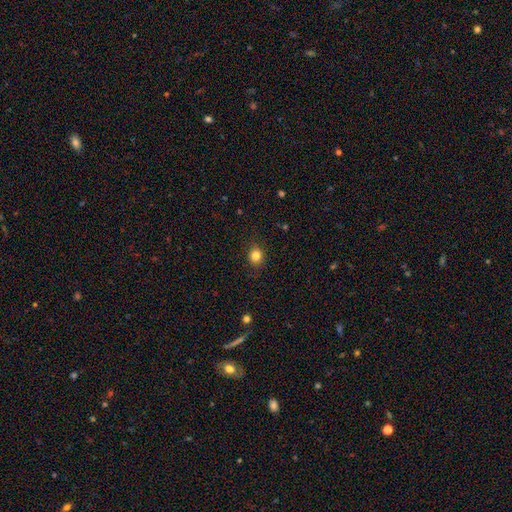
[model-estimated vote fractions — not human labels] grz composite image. It shows a smooth galaxy with no disk features (83%) that is round (75%). Merging: none (87%).